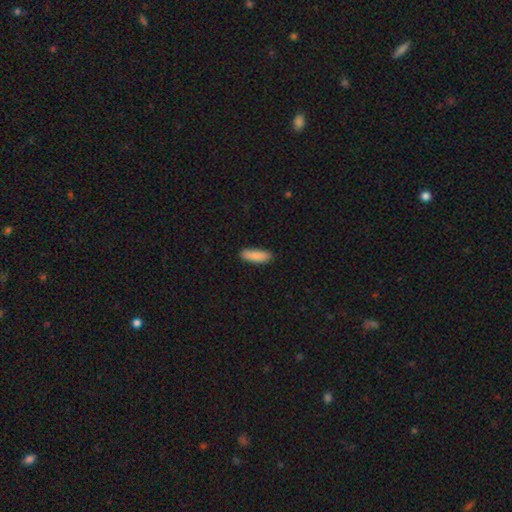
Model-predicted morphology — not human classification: This appears to be a smooth galaxy with no disk features (88%) that is in between round and cigar-shaped (60%). Merging: none (87%).